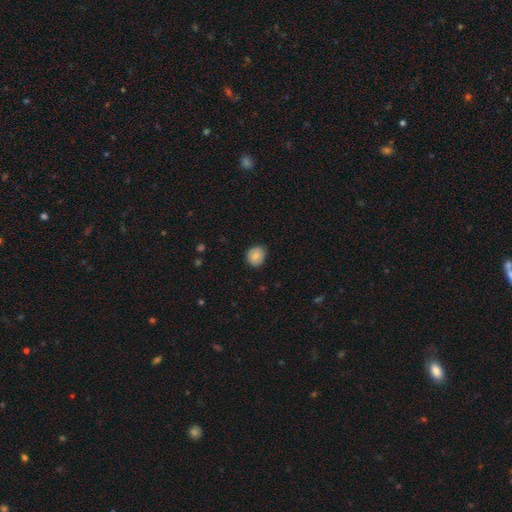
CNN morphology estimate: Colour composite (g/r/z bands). It shows a smooth galaxy with no disk features (82%) that is round (77%). Merging: none (84%).